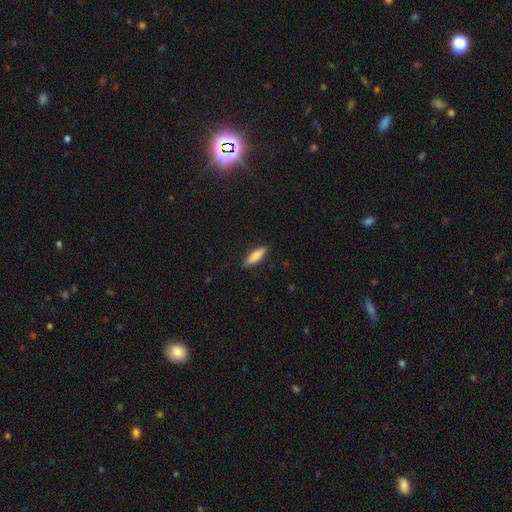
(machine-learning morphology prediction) This is clearly a smooth galaxy (81%). How rounded: possibly cigar-shaped (56%). Merging: clearly none (88%).